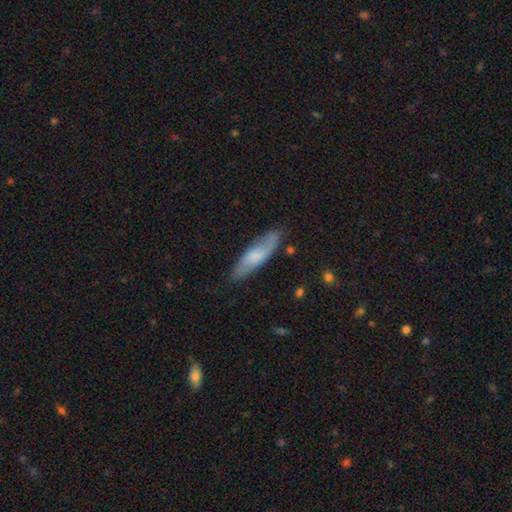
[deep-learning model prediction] smooth 59%, featured or disk 35%, star or artifact 6%. Down the decision tree: how rounded — cigar-shaped (61%); merging — none (77%).